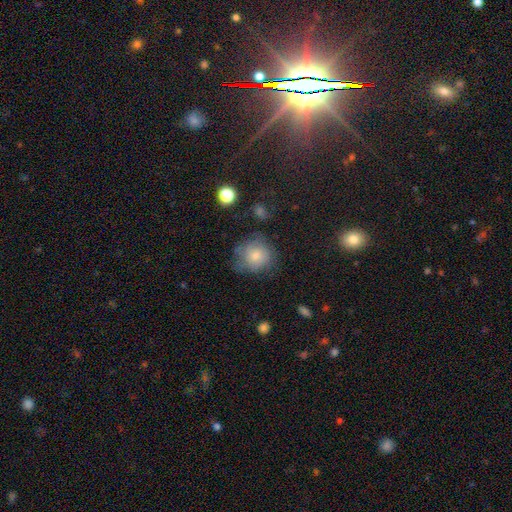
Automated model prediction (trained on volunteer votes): Smooth or featured: smooth — 71% (featured or disk — 19%)
How rounded: round — 83% (in between — 16%)
Merging: none — 55% (minor disturbance — 27%)